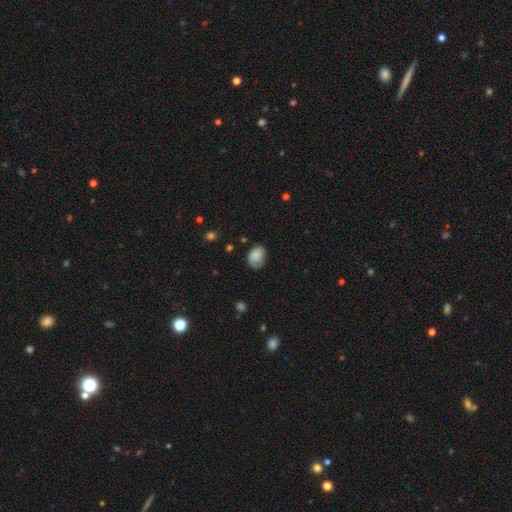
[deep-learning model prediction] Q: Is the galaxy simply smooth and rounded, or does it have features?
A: smooth — 78%.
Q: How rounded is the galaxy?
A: in between — 71%.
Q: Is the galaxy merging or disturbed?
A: none — 56%.